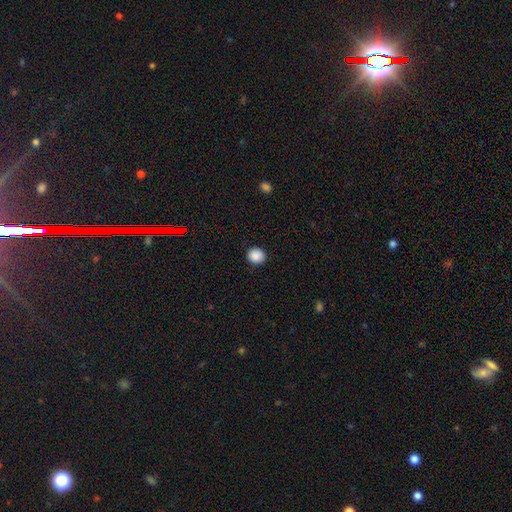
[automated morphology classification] The model was most divided on "how rounded": round: 85%, in between: 14%, cigar-shaped: 1%. More confident: merging — none (91%); smooth or featured — smooth (88%).